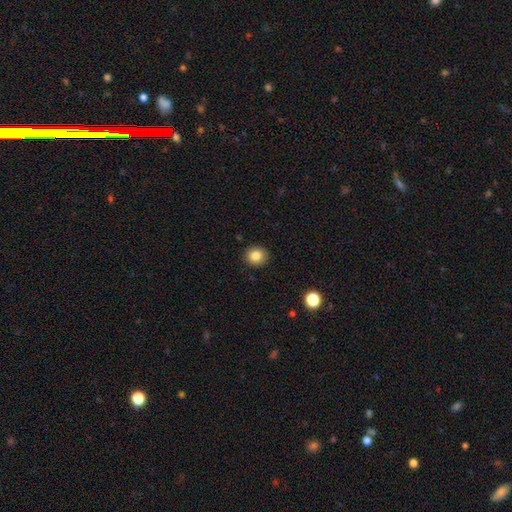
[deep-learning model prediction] A smooth galaxy with no disk features (84%) that is round (86%).

Vote fractions:
- Smooth or featured? smooth: 84% / star or artifact: 10% / featured or disk: 6%
- How rounded? round: 86% / in between: 13% / cigar-shaped: 1%
- Merging? none: 92% / minor disturbance: 6% / major disturbance: 2% / merger: 1%